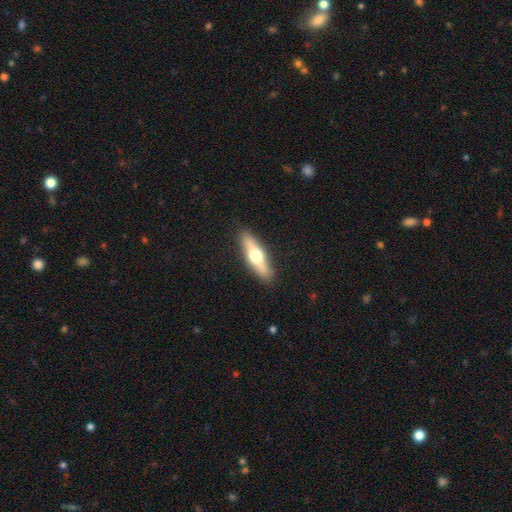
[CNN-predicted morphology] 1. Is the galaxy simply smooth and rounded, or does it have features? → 49% smooth, 46% featured or disk, 6% star or artifact.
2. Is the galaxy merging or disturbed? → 90% none, 8% minor disturbance, 2% major disturbance, 1% merger.